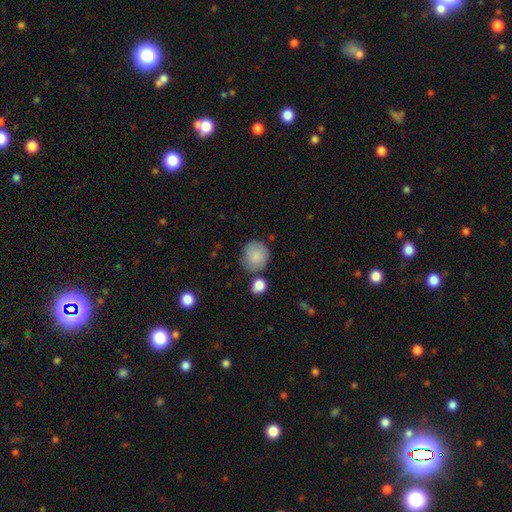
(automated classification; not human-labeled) smooth-or-featured: smooth: 86% | star or artifact: 7% | featured or disk: 7%
  how-rounded: round: 87% | in between: 12% | cigar-shaped: 1%
  merging: none: 71% | minor disturbance: 16% | merger: 8% | major disturbance: 5%